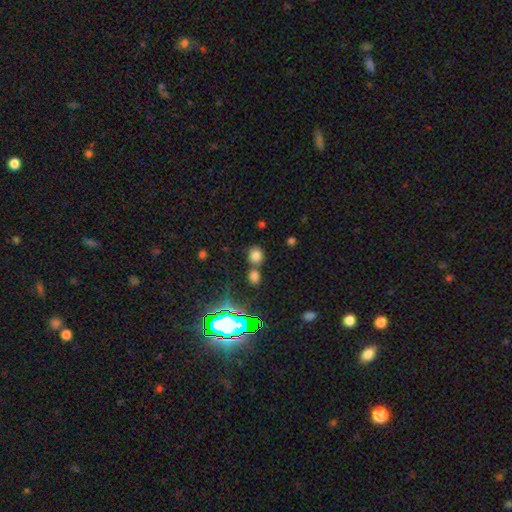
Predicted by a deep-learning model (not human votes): A smooth galaxy with no disk features (72%) that is round (71%).

Vote fractions:
- Smooth or featured? smooth: 72% / star or artifact: 21% / featured or disk: 7%
- How rounded? round: 71% / in between: 27% / cigar-shaped: 1%
- Merging? none: 64% / merger: 24% / minor disturbance: 9% / major disturbance: 3%